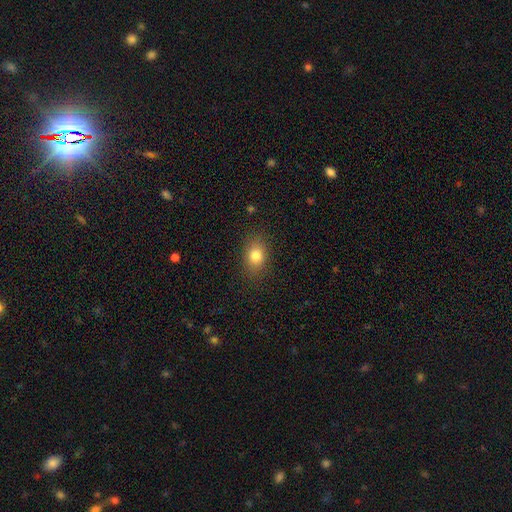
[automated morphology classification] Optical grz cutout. It shows a smooth galaxy with no disk features (81%) that is in between round and cigar-shaped (70%). Merging: none (85%).